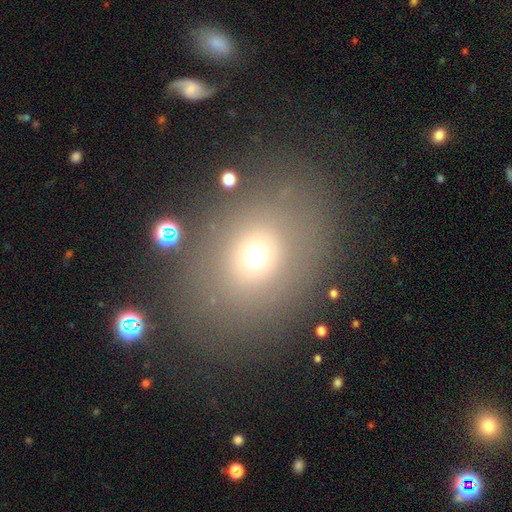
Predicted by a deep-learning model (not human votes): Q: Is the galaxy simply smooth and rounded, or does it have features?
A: smooth — 66%.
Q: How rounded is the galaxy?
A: round — 58%.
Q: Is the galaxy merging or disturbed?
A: none — 77%.